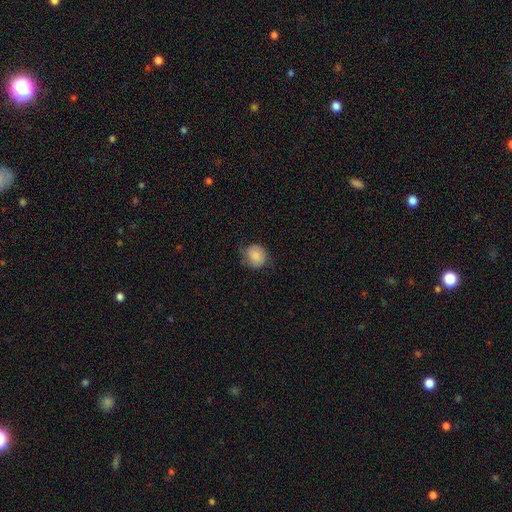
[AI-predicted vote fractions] The model was most divided on "merging": none: 58%, minor disturbance: 30%, major disturbance: 10%, merger: 1%. More confident: smooth or featured — smooth (76%); how rounded — round (71%).